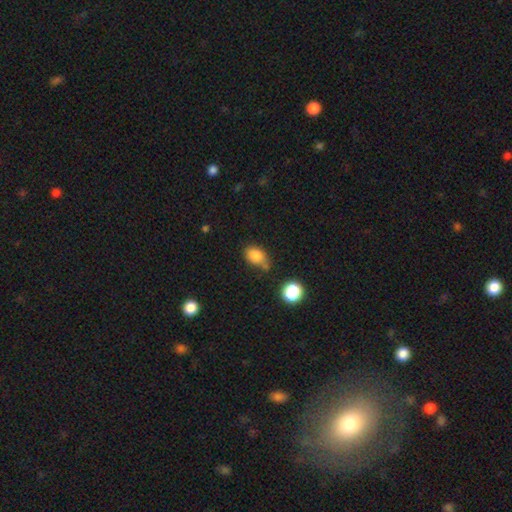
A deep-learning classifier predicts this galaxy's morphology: Smooth or featured? Predicted: smooth (p=0.83). How rounded? Predicted: in between (p=0.77). Merging? Predicted: none (p=0.50).